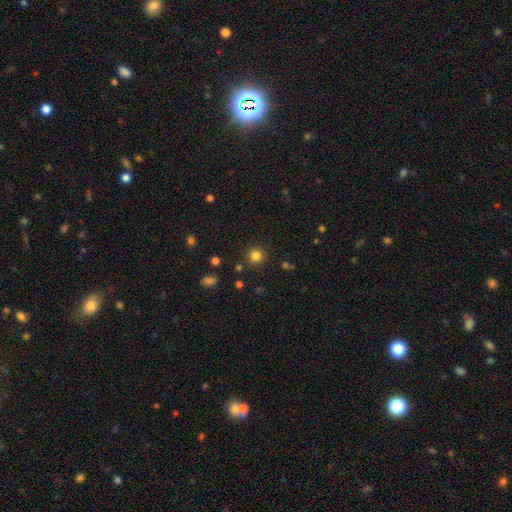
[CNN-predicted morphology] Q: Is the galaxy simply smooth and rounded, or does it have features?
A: smooth — 82%.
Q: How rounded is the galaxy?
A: round — 94%.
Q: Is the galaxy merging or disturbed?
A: none — 90%.